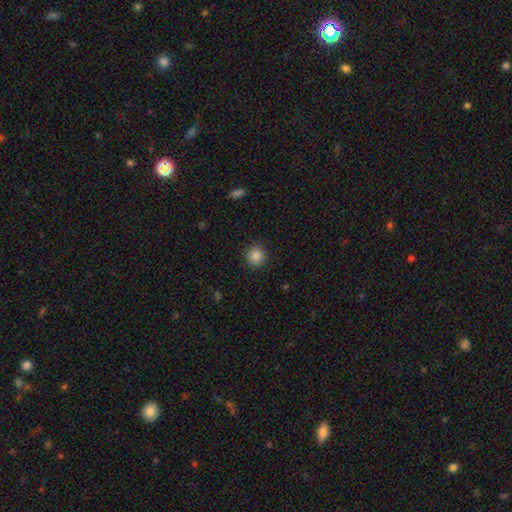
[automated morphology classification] This appears to be a smooth galaxy with no disk features (86%) that is round (93%). Merging: none (91%).